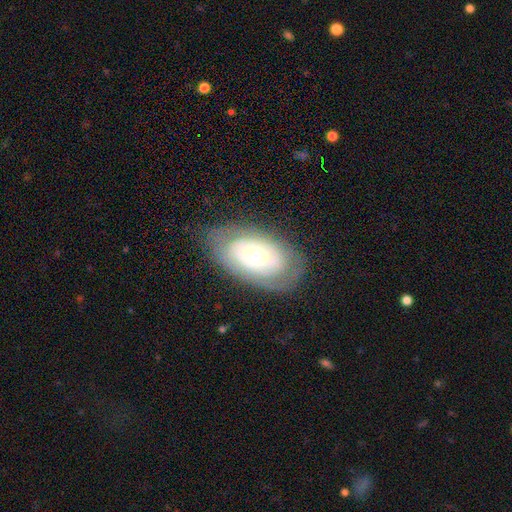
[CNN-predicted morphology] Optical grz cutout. It shows a featured or disk galaxy (59%) with no bar (80%), spiral arms (52%) and a moderate central bulge (59%). Merging: none (74%).